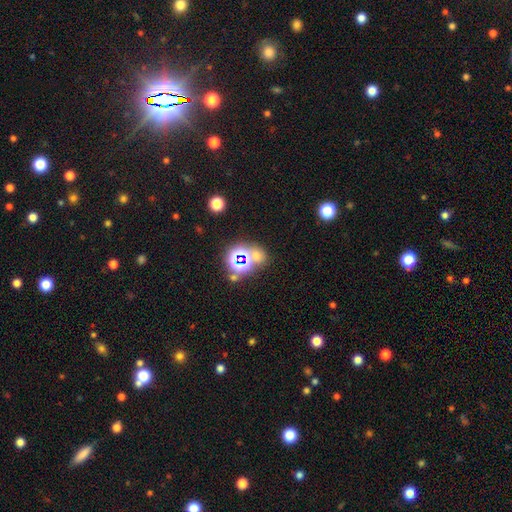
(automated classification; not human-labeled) smooth-or-featured: star or artifact: 50% | smooth: 40% | featured or disk: 10%